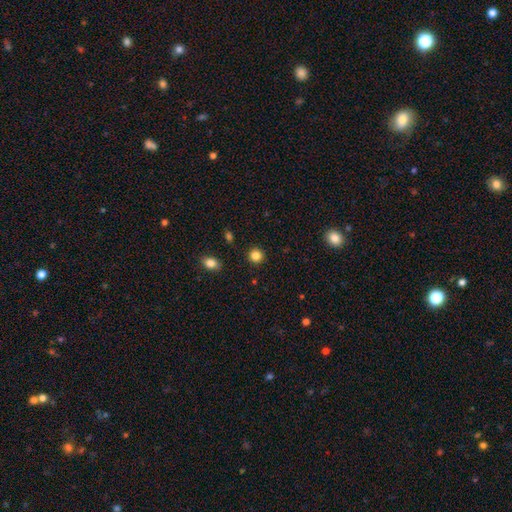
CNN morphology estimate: Q: Smooth or featured?
A: smooth (85%); runner-up: star or artifact (11%)
Q: How rounded?
A: round (92%); runner-up: in between (7%)
Q: Merging?
A: none (92%); runner-up: minor disturbance (5%)